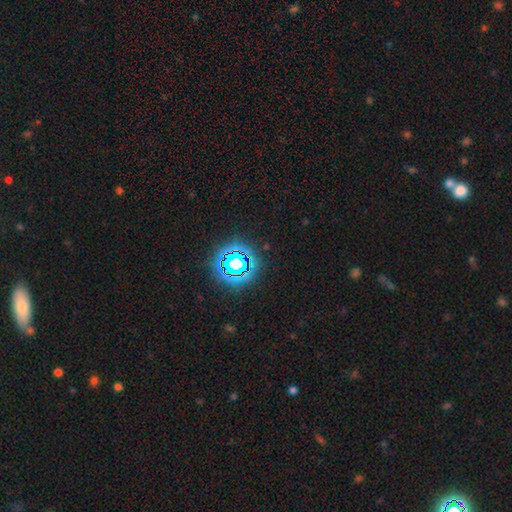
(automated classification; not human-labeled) smooth_or_featured: star or artifact (p=0.77) [alt: smooth p=0.16]